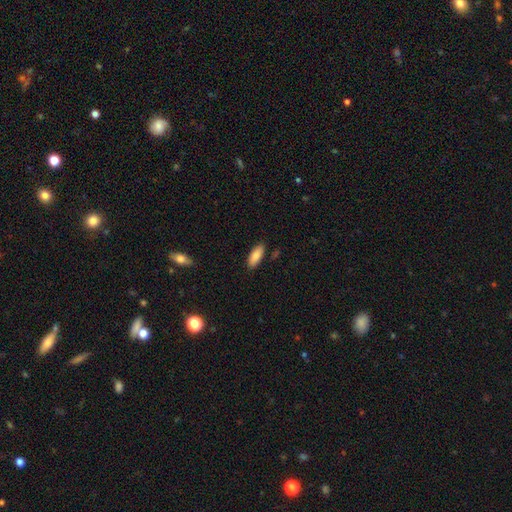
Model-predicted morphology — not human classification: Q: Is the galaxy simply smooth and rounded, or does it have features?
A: smooth — 85%.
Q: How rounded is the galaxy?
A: in between — 75%.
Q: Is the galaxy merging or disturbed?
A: none — 86%.